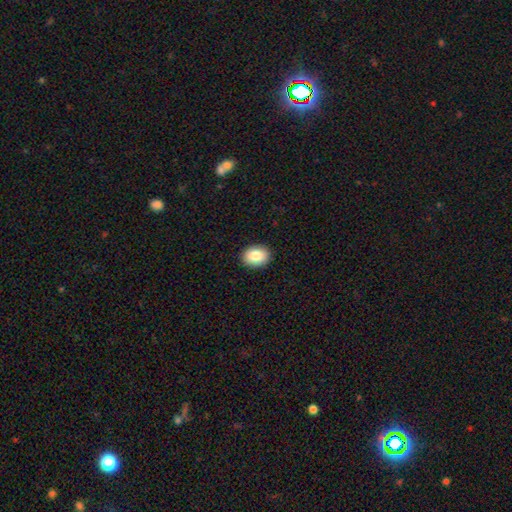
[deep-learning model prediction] Q: Smooth or featured?
A: smooth (85%); runner-up: star or artifact (8%)
Q: How rounded?
A: in between (61%); runner-up: round (38%)
Q: Merging?
A: none (90%); runner-up: minor disturbance (7%)